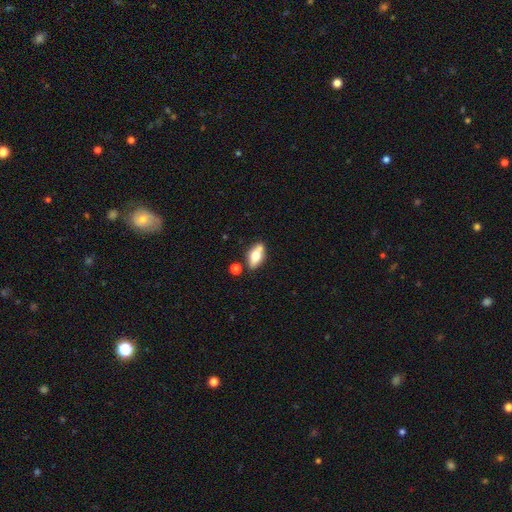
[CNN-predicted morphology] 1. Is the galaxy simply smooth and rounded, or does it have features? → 62% smooth, 30% featured or disk, 8% star or artifact.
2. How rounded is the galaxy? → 84% in between, 11% cigar-shaped, 6% round.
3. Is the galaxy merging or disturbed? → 71% none, 13% minor disturbance, 13% merger, 3% major disturbance.